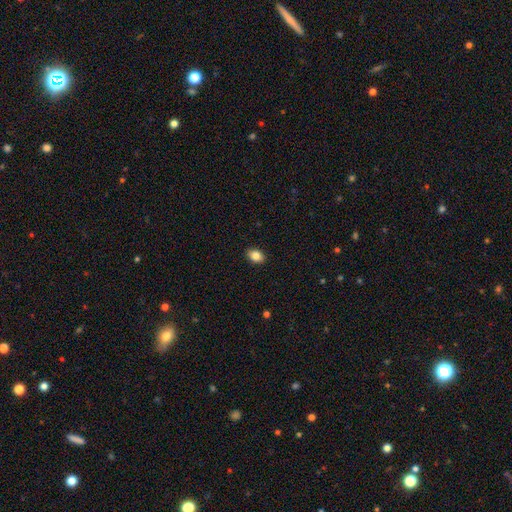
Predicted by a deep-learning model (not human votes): This is clearly a smooth galaxy (85%). How rounded: likely in between (78%). Merging: clearly none (90%).